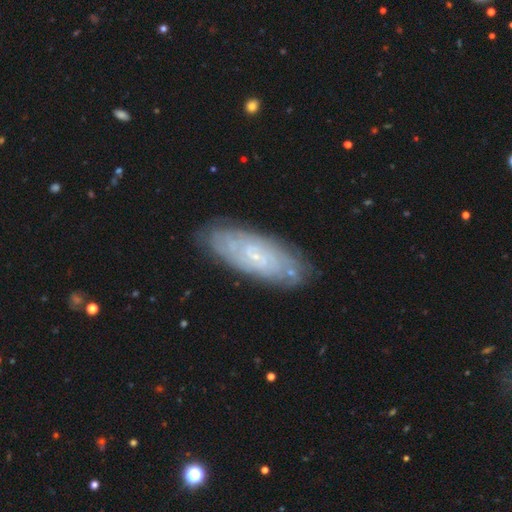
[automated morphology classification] Overall: featured or disk (72%). Edge-on disk: no (88%). Bar: no (67%; weak 27%). Spiral arms: yes (87%). Spiral arm count: can't tell (61%). Spiral winding: tight (77%). Bulge size: small (83%). Merging: none (82%).